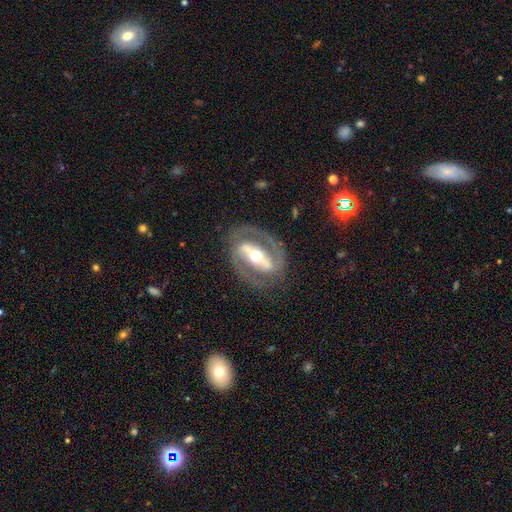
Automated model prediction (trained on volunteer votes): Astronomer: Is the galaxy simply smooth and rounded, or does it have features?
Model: featured or disk — 88%.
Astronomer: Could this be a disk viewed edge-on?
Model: no — 92%.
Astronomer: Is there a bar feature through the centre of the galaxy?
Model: strong — 75%.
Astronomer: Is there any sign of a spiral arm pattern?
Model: yes — 84%.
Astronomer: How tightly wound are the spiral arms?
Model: medium — 49% (runner-up: tight, 37%).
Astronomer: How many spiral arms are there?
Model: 2 — 89%.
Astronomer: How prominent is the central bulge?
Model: moderate — 68%.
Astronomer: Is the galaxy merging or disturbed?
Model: none — 80%.